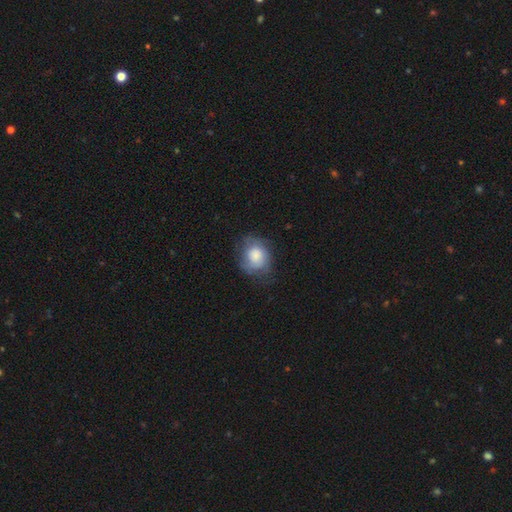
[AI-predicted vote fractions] Smooth or featured? smooth (66%)
How rounded? round (63%)
Merging? none (56%)